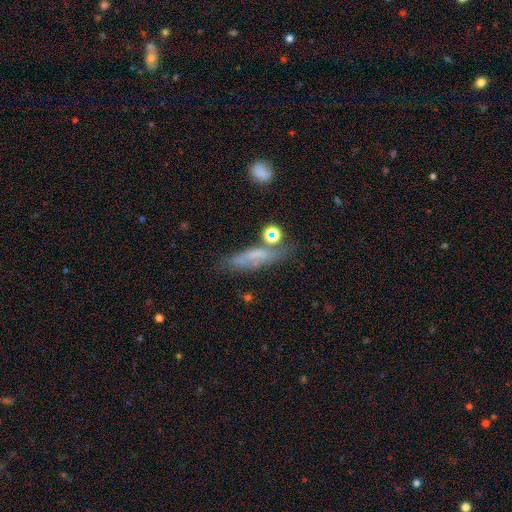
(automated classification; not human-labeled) Smooth or featured? Predicted: smooth (p=0.49). Merging? Predicted: none (p=0.52).